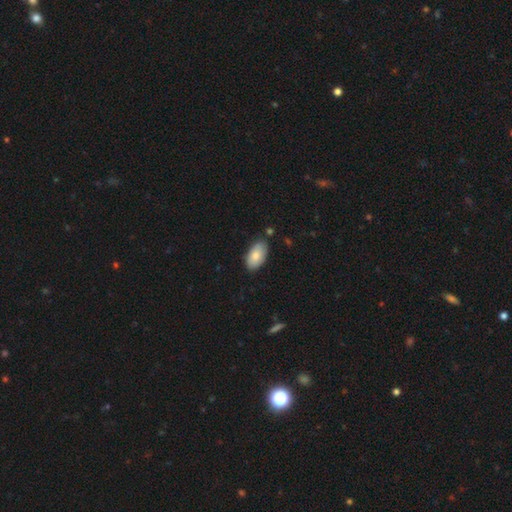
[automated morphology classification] smooth-or-featured: smooth: 82% | featured or disk: 12% | star or artifact: 6%
  how-rounded: in between: 95% | round: 3% | cigar-shaped: 2%
  merging: none: 80% | minor disturbance: 15% | merger: 3% | major disturbance: 3%